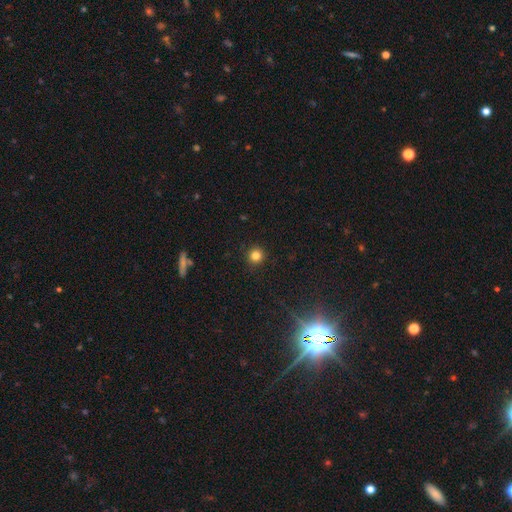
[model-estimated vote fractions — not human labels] smooth 81%, star or artifact 14%, featured or disk 5%. Down the decision tree: how rounded — round (94%); merging — none (92%).